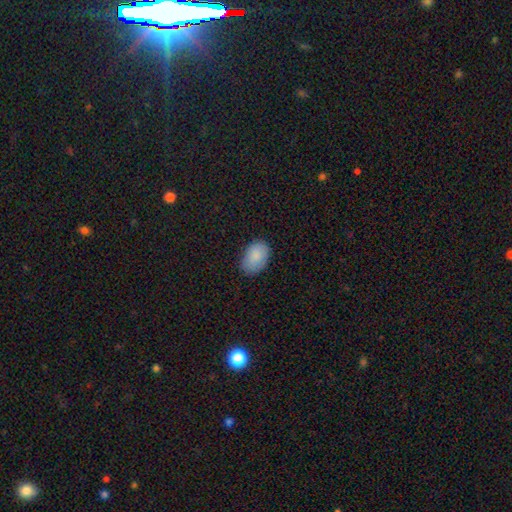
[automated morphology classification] smooth-or-featured: smooth: 87% | star or artifact: 7% | featured or disk: 6%
  how-rounded: in between: 88% | round: 11% | cigar-shaped: 1%
  merging: none: 78% | minor disturbance: 18% | major disturbance: 3% | merger: 1%